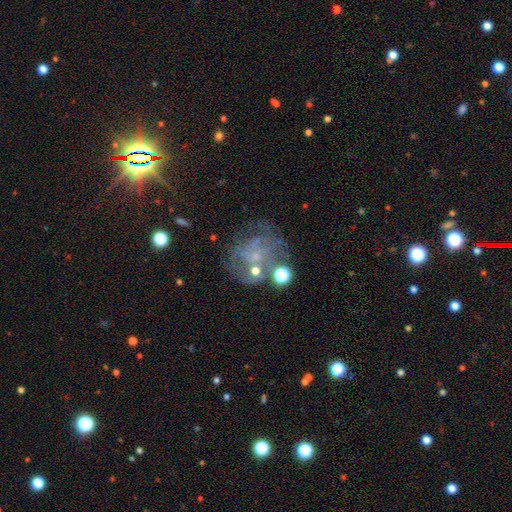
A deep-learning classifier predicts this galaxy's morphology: This appears to be a featured or disk galaxy (59%) with no bar (76%), spiral arms (61%) and a small central bulge (61%). Merging: none (48%).